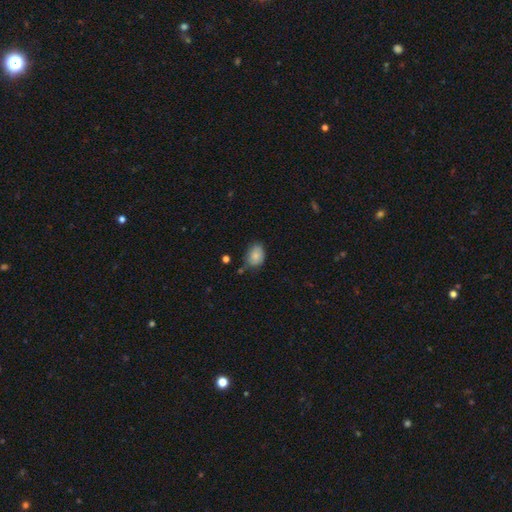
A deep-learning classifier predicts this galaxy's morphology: Overall: smooth (83%). How rounded: in between (70%). Merging: none (63%; minor disturbance 29%).